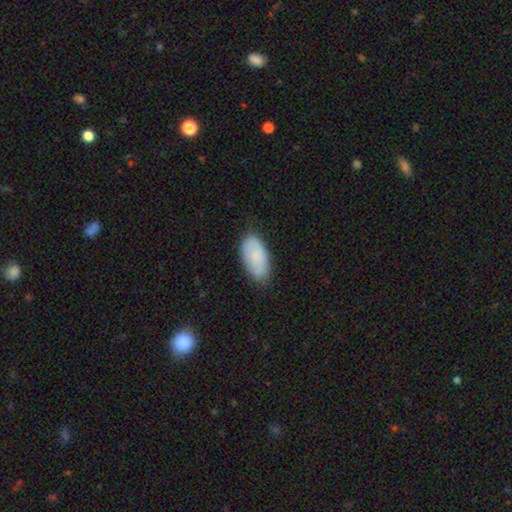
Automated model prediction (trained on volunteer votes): Morphology: type=smooth (76%); roundness=in between (94%); merging=none (75%).